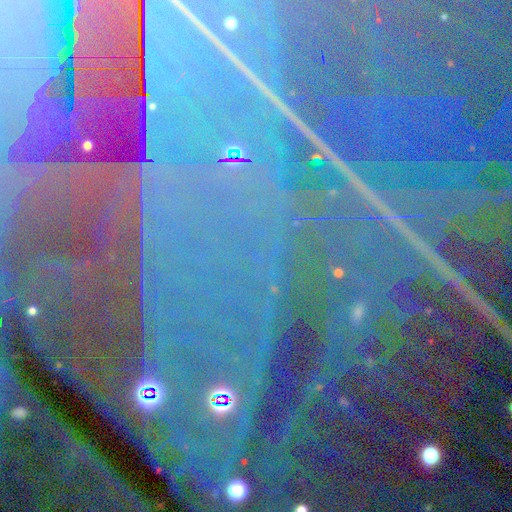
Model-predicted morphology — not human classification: This appears to be a star or artifact, not a galaxy (88%).